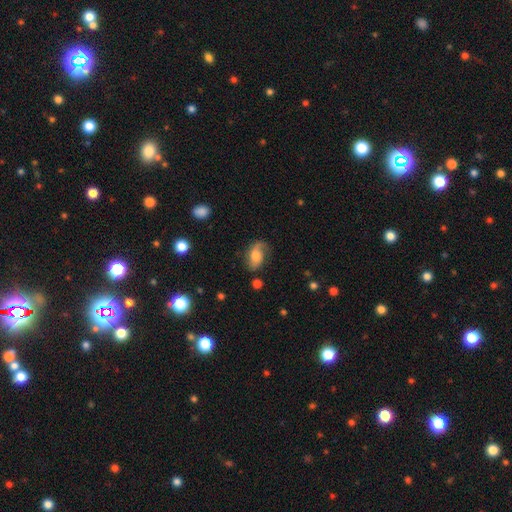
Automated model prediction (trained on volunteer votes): This appears to be a featured or disk galaxy (54%) with no bar (65%), spiral arms (89%) and a moderate central bulge (41%). Merging: none (58%).